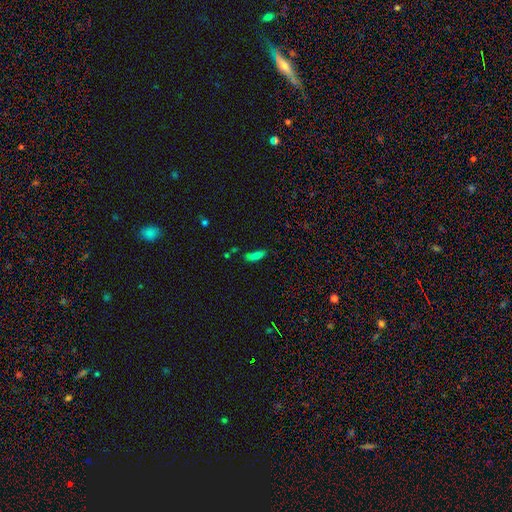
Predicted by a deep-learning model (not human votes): Smooth or featured? Predicted: smooth (p=0.77). How rounded? Predicted: cigar-shaped (p=0.54). Merging? Predicted: none (p=0.67).